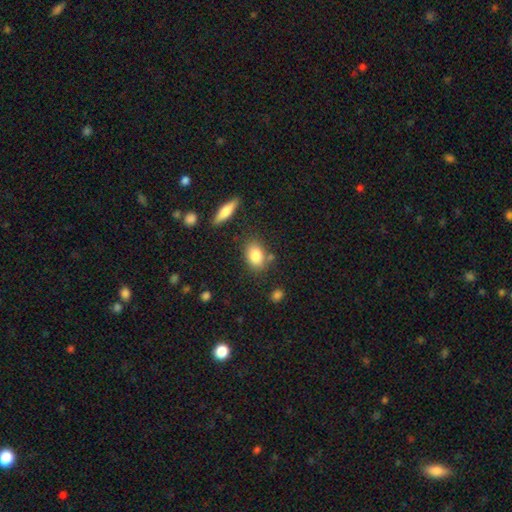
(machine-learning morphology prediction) smooth 83%, featured or disk 9%, star or artifact 8%. Down the decision tree: how rounded — in between (79%); merging — none (74%).